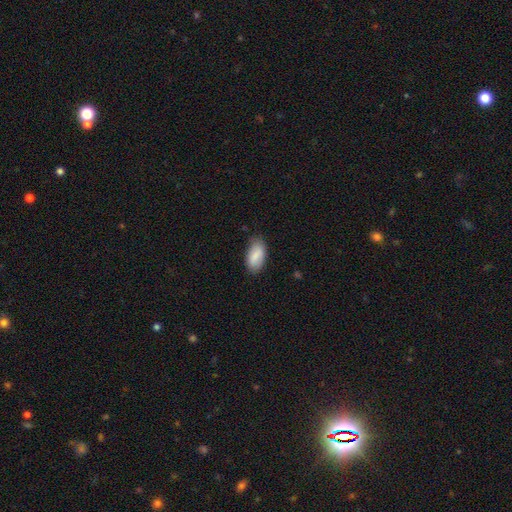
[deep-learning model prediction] A smooth galaxy with no disk features (85%) that is in between round and cigar-shaped (93%). Merging: none (73%).